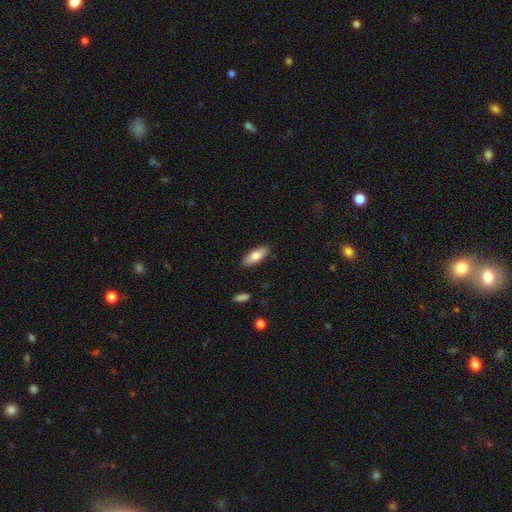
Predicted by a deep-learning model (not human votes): Morphology: type=smooth (77%); roundness=in between (71%); merging=none (88%).